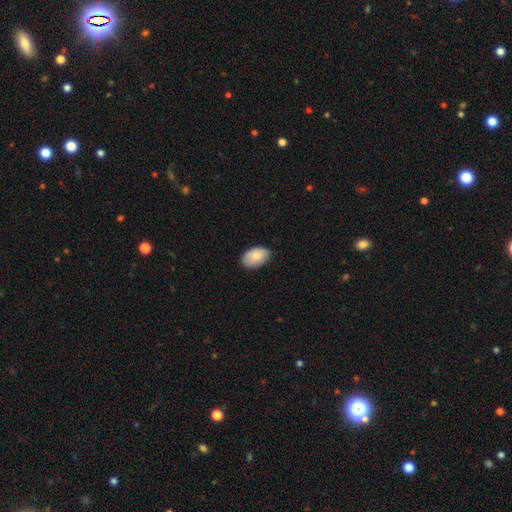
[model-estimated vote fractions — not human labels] Morphology: type=smooth (80%); roundness=in between (92%); merging=none (79%).